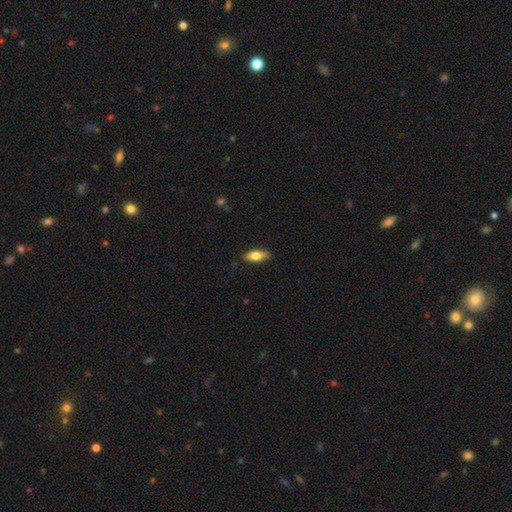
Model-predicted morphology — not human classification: A smooth galaxy with no disk features (74%) that is in between round and cigar-shaped (72%).

Vote fractions:
- Smooth or featured? smooth: 74% / featured or disk: 20% / star or artifact: 6%
- How rounded? in between: 72% / cigar-shaped: 25% / round: 3%
- Merging? none: 87% / minor disturbance: 10% / major disturbance: 2% / merger: 1%